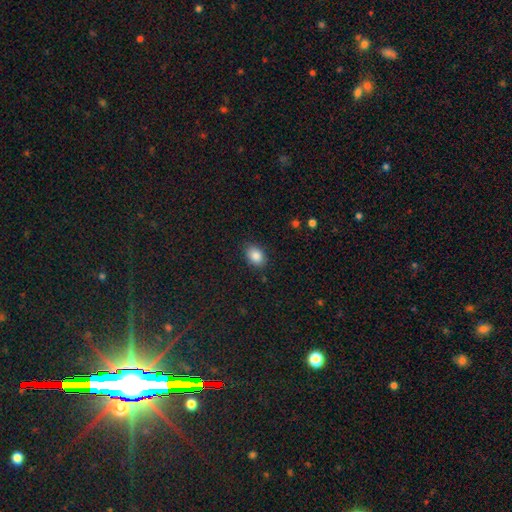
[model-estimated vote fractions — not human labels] This is clearly a smooth galaxy (86%). How rounded: clearly in between (82%). Merging: clearly none (86%).